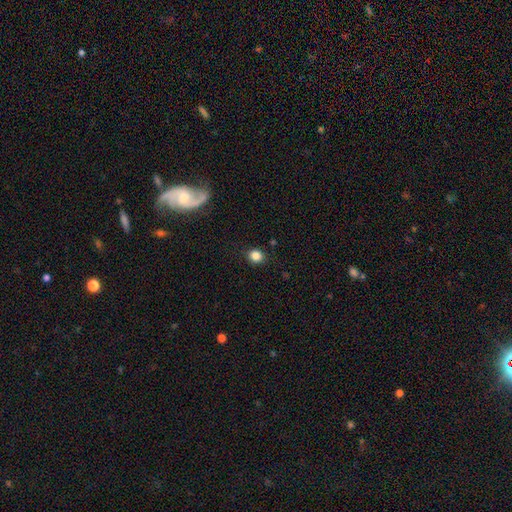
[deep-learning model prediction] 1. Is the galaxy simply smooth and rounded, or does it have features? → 84% smooth, 11% star or artifact, 5% featured or disk.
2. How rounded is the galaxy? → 74% round, 25% in between, 1% cigar-shaped.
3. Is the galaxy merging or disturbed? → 88% none, 8% minor disturbance, 3% major disturbance, 2% merger.